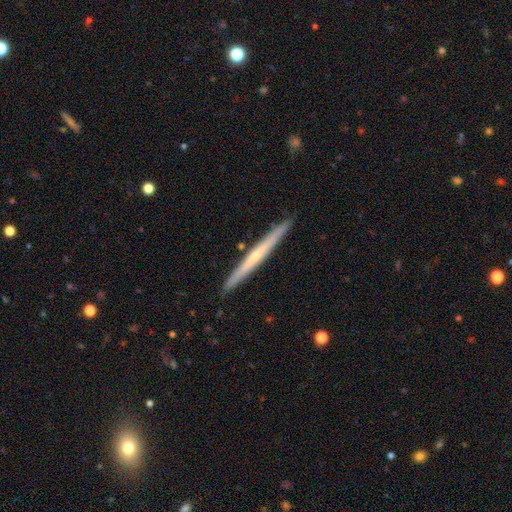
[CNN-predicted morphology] A featured or disk galaxy (58%) viewed edge-on (97%) with no central bulge (64%).

Vote fractions:
- Smooth or featured? featured or disk: 58% / smooth: 37% / star or artifact: 5%
- Edge-on disk? yes: 97% / no: 3%
- Edge-on bulge? none: 64% / rounded: 32% / boxy: 4%
- Merging? none: 92% / minor disturbance: 6% / merger: 1% / major disturbance: 1%